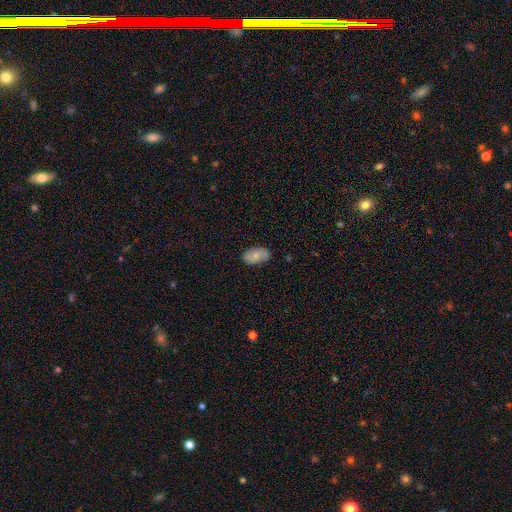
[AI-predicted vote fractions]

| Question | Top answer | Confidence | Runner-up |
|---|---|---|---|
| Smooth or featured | smooth | 64% | featured or disk (28%) |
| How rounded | in between | 93% | round (6%) |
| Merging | none | 77% | minor disturbance (18%) |